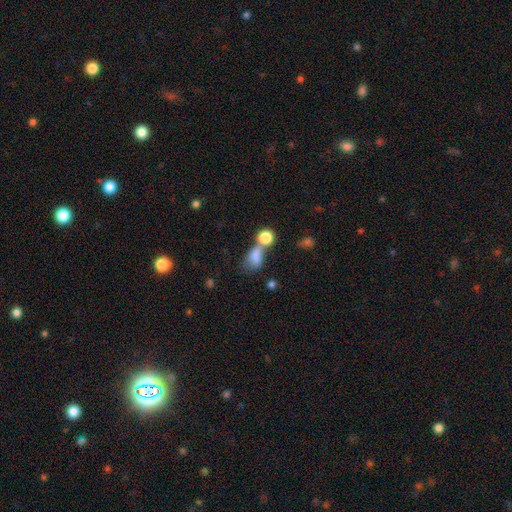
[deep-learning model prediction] smooth 72%, featured or disk 14%, star or artifact 14%. Down the decision tree: how rounded — in between (69%); merging — merger (44%).